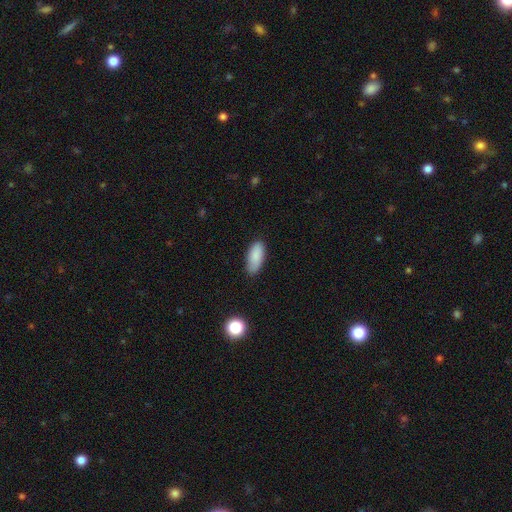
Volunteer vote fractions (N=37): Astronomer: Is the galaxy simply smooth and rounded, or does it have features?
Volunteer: smooth — 92%.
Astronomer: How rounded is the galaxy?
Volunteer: in between — 68%.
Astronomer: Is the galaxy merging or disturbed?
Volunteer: none — 89%.